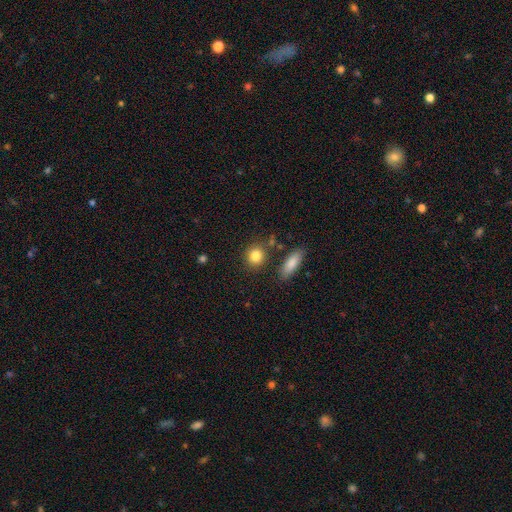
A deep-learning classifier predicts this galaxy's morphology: smooth-or-featured: smooth: 84% | star or artifact: 9% | featured or disk: 7%
  how-rounded: round: 78% | in between: 20% | cigar-shaped: 2%
  merging: none: 80% | minor disturbance: 10% | merger: 7% | major disturbance: 3%